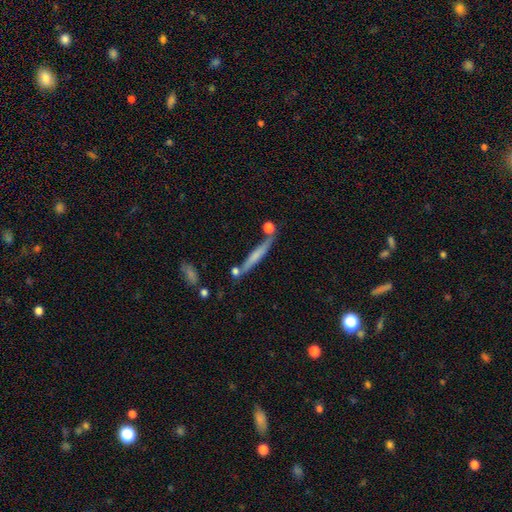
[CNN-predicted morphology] Smooth or featured? smooth (48%)
Merging? none (73%)